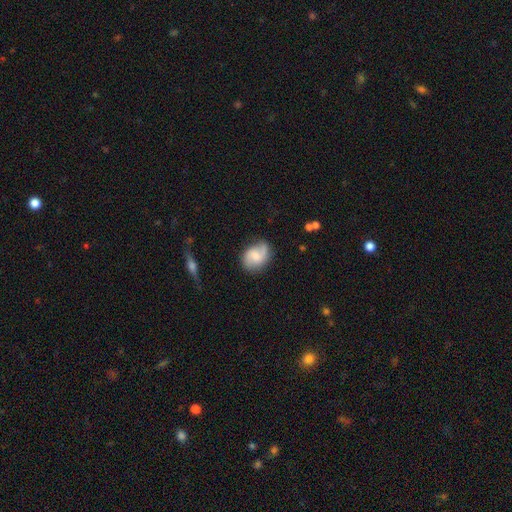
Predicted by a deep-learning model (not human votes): The model was most divided on "bulge size": small: 39%, moderate: 34%, none: 19%, large: 6%, dominant: 2%. Remaining: edge-on disk — no (97%); spiral arms — yes (89%); merging — none (67%); smooth or featured — featured or disk (54%); bar — weak (48%).